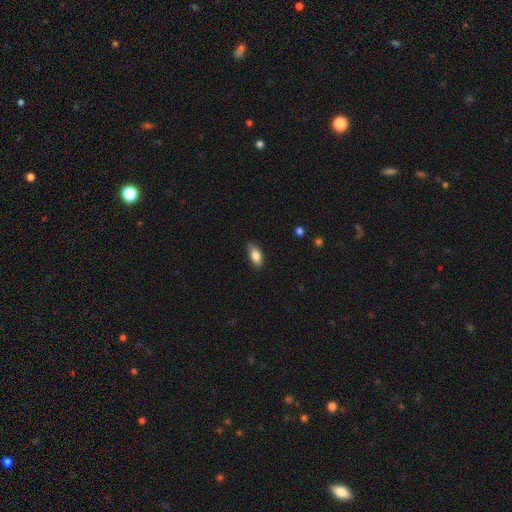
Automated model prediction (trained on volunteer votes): A smooth galaxy with no disk features (82%) that is in between round and cigar-shaped (87%). Merging: none (77%).